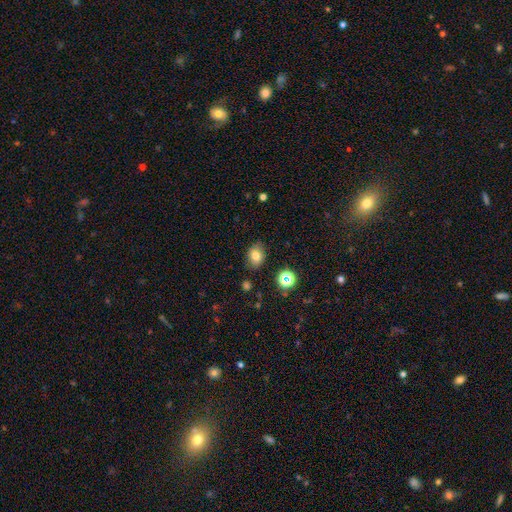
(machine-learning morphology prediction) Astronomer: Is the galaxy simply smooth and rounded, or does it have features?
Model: smooth — 75%.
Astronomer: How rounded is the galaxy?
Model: in between — 65%.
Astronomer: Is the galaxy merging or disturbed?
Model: none — 81%.